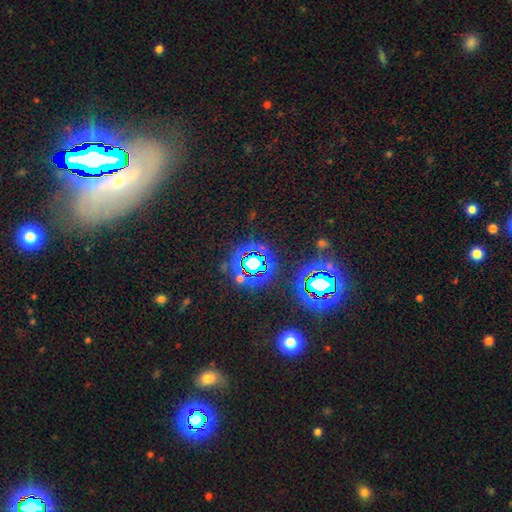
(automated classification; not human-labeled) This is likely a star or artifact rather than a galaxy (69%).